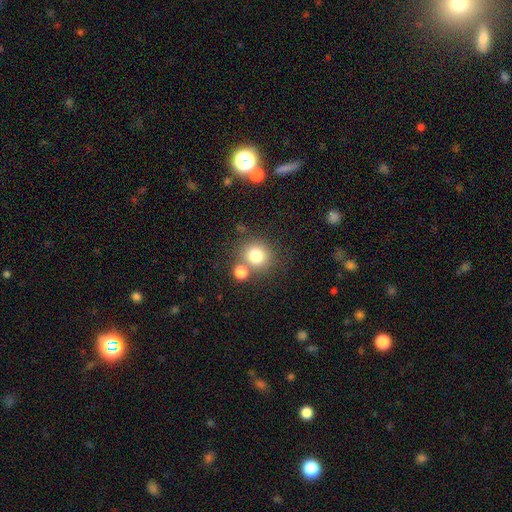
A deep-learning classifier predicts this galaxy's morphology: This is likely a smooth galaxy (79%). How rounded: clearly round (87%). Merging: likely none (65%).